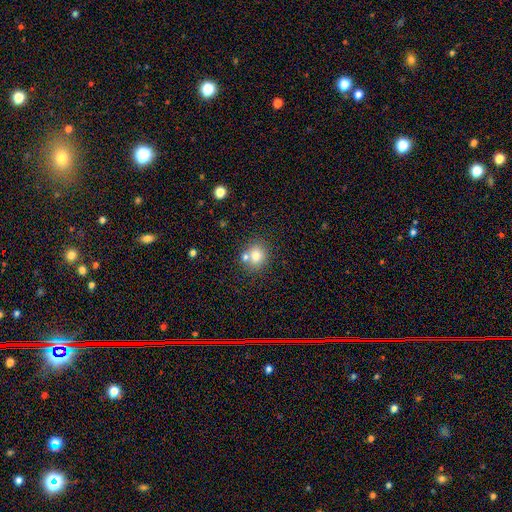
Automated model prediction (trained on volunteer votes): smooth-or-featured: smooth: 77% | star or artifact: 12% | featured or disk: 11%
  how-rounded: round: 77% | in between: 22% | cigar-shaped: 1%
  merging: none: 64% | merger: 22% | minor disturbance: 11% | major disturbance: 3%